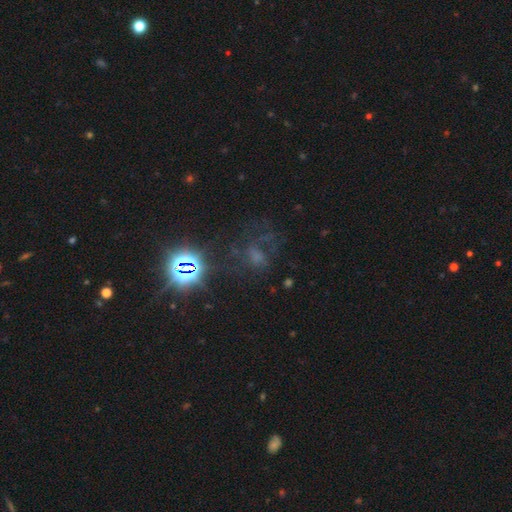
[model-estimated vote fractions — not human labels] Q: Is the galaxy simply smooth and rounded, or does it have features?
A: star or artifact — 48%.